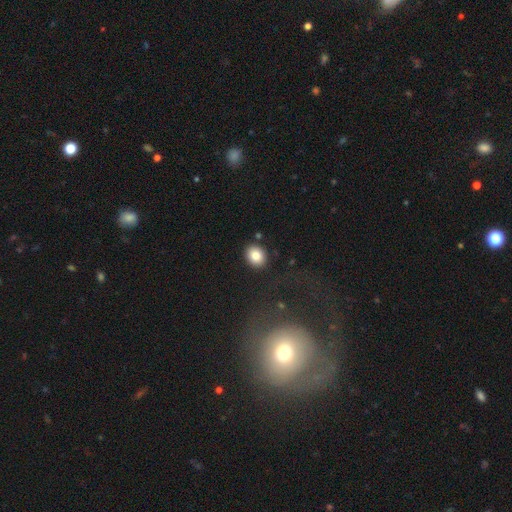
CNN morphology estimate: Smooth or featured: smooth — 83% (star or artifact — 9%)
How rounded: round — 59% (in between — 40%)
Merging: none — 88% (minor disturbance — 8%)